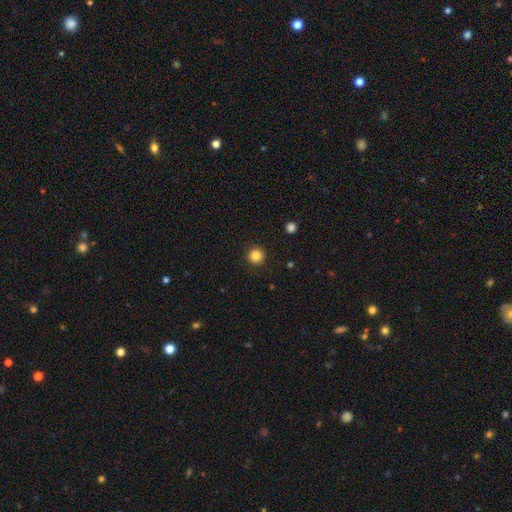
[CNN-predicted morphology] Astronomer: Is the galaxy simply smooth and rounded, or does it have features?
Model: smooth — 85%.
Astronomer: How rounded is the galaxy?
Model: round — 96%.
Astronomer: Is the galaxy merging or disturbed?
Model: none — 92%.